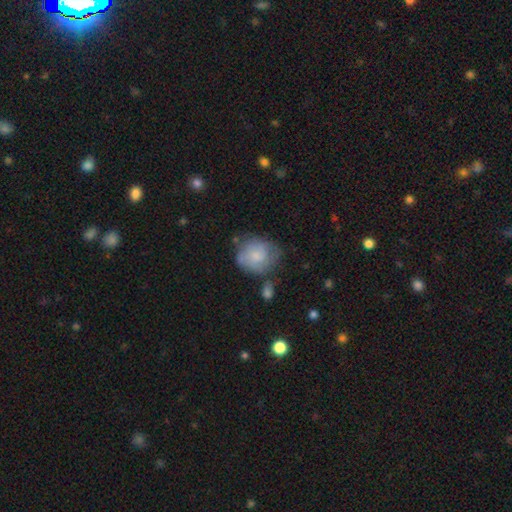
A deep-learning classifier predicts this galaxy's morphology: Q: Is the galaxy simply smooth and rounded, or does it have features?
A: smooth — 59%.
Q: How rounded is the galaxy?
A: round — 75%.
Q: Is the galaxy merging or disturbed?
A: none — 52%.